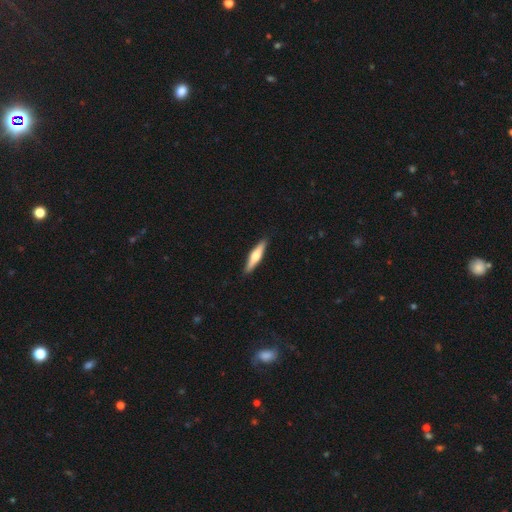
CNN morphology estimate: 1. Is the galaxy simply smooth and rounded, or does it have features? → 49% smooth, 46% featured or disk, 5% star or artifact.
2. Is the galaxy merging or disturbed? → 90% none, 7% minor disturbance, 2% major disturbance, 1% merger.